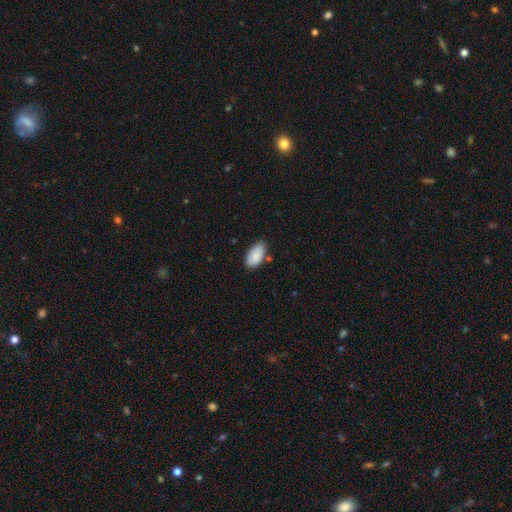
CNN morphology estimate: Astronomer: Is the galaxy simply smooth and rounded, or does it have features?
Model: smooth — 87%.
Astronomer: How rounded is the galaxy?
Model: in between — 95%.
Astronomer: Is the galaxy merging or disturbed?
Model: none — 77%.